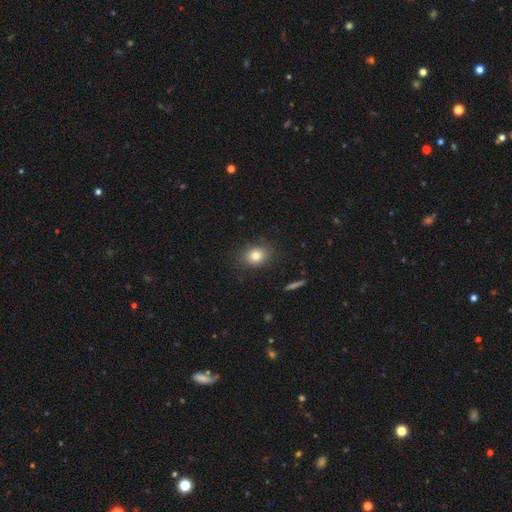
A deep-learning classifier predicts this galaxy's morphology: Smooth or featured? smooth (81%)
How rounded? in between (50%)
Merging? none (85%)